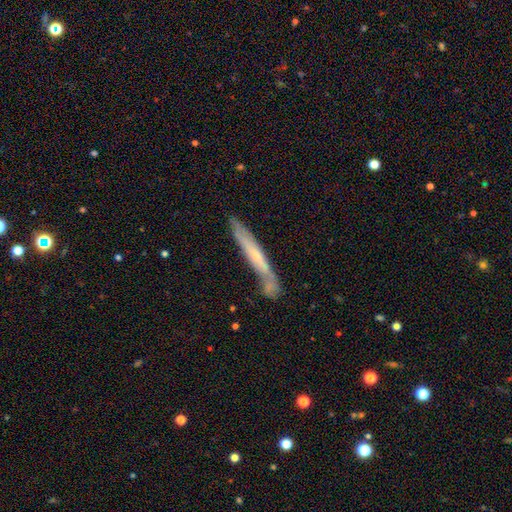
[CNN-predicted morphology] A featured or disk galaxy (56%) viewed edge-on (82%). Merging: none (65%).